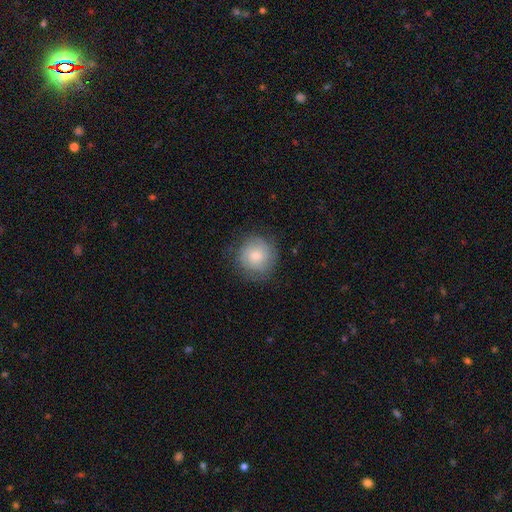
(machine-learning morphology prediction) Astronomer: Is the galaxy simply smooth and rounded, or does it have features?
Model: smooth — 55% (runner-up: featured or disk, 37%).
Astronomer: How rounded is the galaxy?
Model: round — 92%.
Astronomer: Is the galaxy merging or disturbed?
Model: none — 77%.